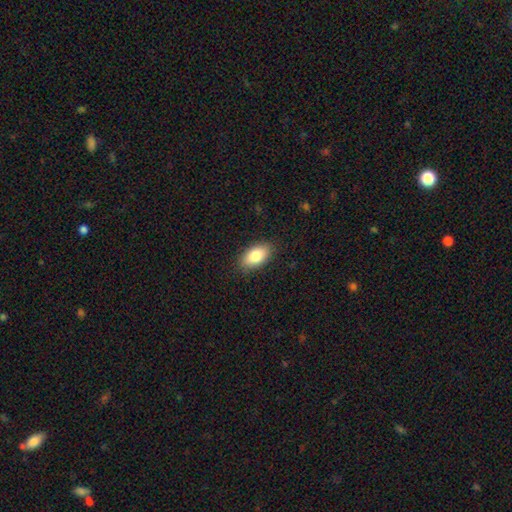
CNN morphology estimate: Overall: smooth (84%). How rounded: in between (93%). Merging: none (87%).